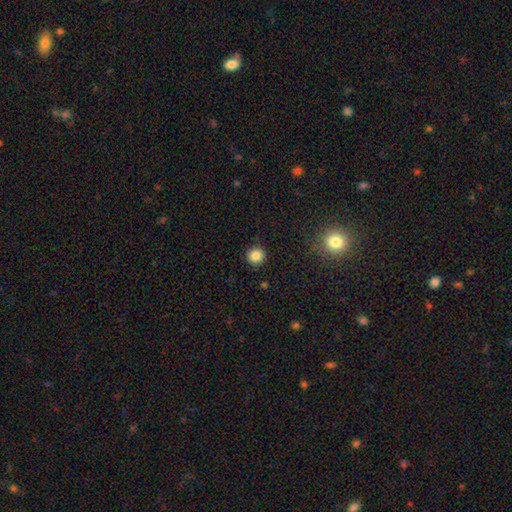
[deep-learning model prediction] Smooth or featured?
  - smooth: 84% *
  - star or artifact: 11%
  - featured or disk: 4%
How rounded?
  - round: 94% *
  - in between: 5%
  - cigar-shaped: 1%
Merging?
  - none: 90% *
  - minor disturbance: 6%
  - major disturbance: 2%
  - merger: 1%